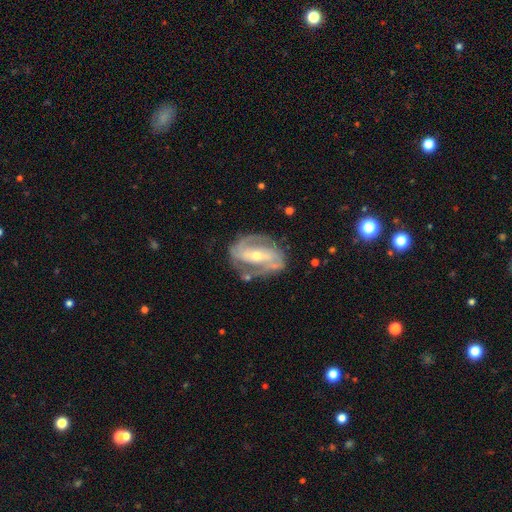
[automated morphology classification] A featured or disk galaxy (87%) with a strong bar (52%), 2 (79%) medium (44%) spiral arms (91%) and a moderate central bulge (49%).

Vote fractions:
- Smooth or featured? featured or disk: 87% / smooth: 8% / star or artifact: 5%
- Edge-on disk? no: 95% / yes: 5%
- Bar? strong: 52% / weak: 29% / no: 19%
- Spiral arms? yes: 91% / no: 9%
- Spiral winding? medium: 44% / tight: 41% / loose: 15%
- Spiral arm count? 2: 79% / can't tell: 10% / 3: 6% / 1: 2% / 4: 2% / more than 4: 1%
- Bulge size? moderate: 49% / small: 47% / large: 2% / none: 1% / dominant: 1%
- Merging? none: 71% / minor disturbance: 18% / major disturbance: 8% / merger: 3%